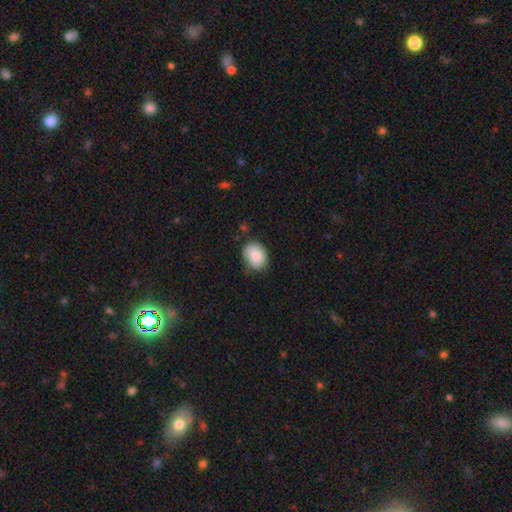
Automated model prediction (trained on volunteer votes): smooth-or-featured: smooth: 84% | featured or disk: 9% | star or artifact: 7%
  how-rounded: round: 50% | in between: 49% | cigar-shaped: 1%
  merging: none: 76% | minor disturbance: 19% | major disturbance: 3% | merger: 2%